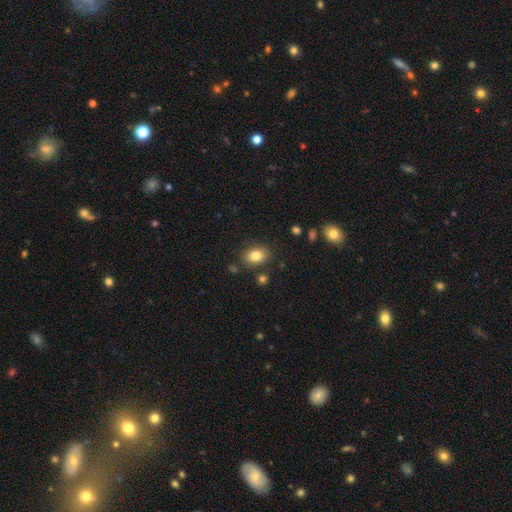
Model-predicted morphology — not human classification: Smooth or featured? smooth (82%)
How rounded? in between (78%)
Merging? none (83%)